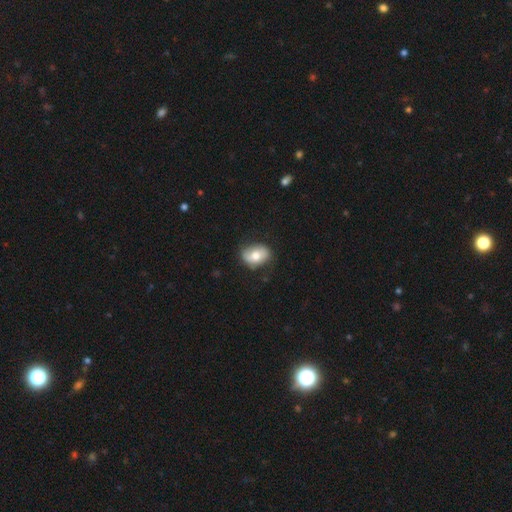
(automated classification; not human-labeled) A smooth galaxy with no disk features (67%) that is in between round and cigar-shaped (73%).

Vote fractions:
- Smooth or featured? smooth: 67% / featured or disk: 26% / star or artifact: 7%
- How rounded? in between: 73% / round: 25% / cigar-shaped: 1%
- Merging? none: 76% / minor disturbance: 18% / major disturbance: 5% / merger: 1%